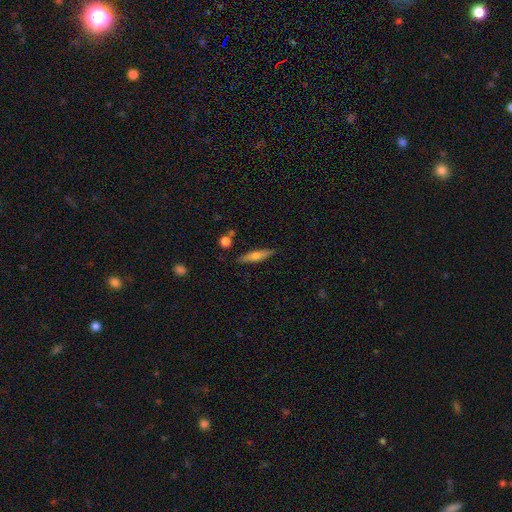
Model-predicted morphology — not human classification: smooth 58%, featured or disk 35%, star or artifact 7%. Down the decision tree: how rounded — cigar-shaped (80%); merging — none (85%).